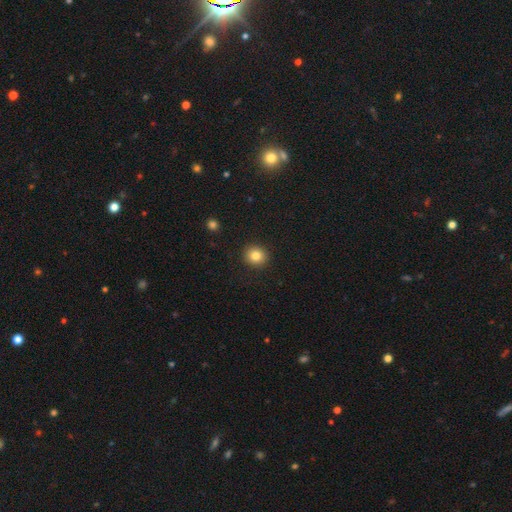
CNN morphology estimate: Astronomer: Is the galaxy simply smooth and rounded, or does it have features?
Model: smooth — 83%.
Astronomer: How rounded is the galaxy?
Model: round — 90%.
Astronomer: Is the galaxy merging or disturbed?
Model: none — 92%.